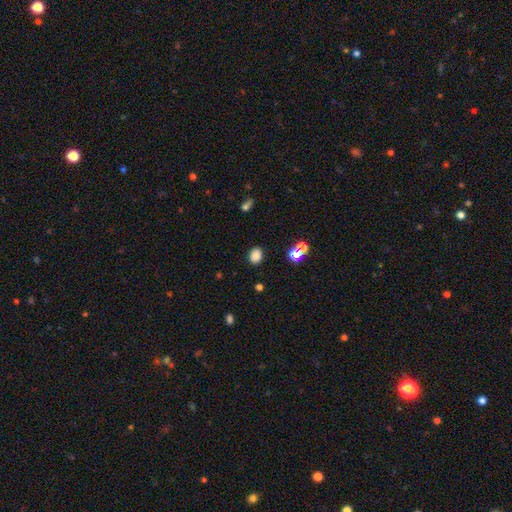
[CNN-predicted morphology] Smooth or featured? Predicted: smooth (p=0.83). How rounded? Predicted: in between (p=0.54). Merging? Predicted: none (p=0.86).